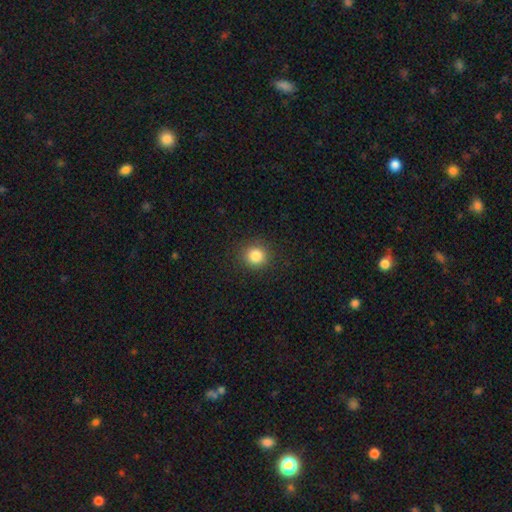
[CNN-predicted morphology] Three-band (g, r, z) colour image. It shows a smooth galaxy with no disk features (84%) that is round (91%). Merging: none (90%).